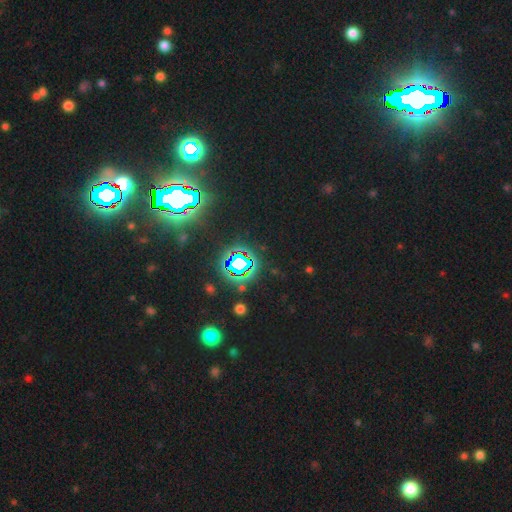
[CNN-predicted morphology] type=star or artifact (84%).